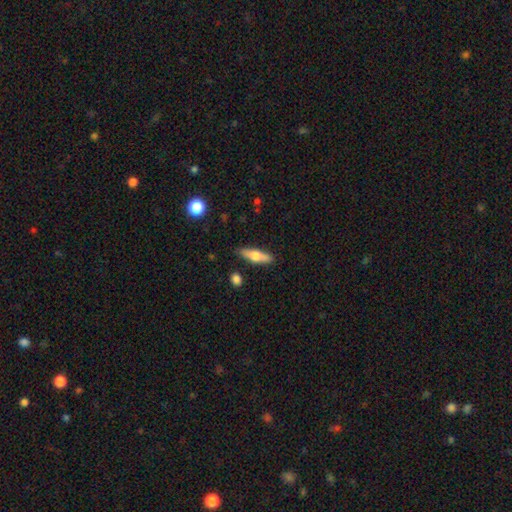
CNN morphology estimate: smooth_or_featured: smooth (p=0.55) [alt: featured or disk p=0.39]
how_rounded: cigar-shaped (p=0.62) [alt: in between p=0.35]
merging: none (p=0.84) [alt: minor disturbance p=0.11]